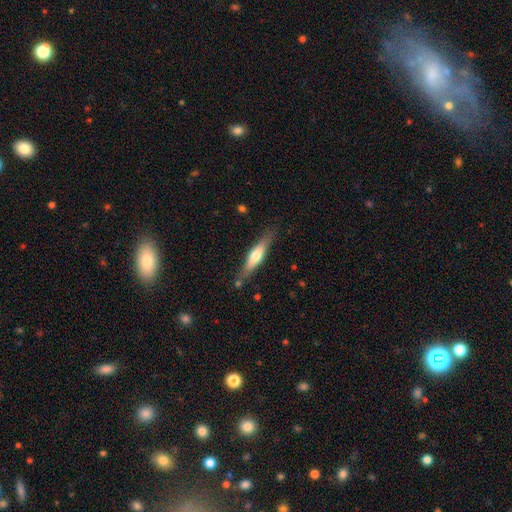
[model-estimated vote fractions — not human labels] A smooth galaxy with no disk features (51%) that is cigar-shaped (78%).

Vote fractions:
- Smooth or featured? smooth: 51% / featured or disk: 44% / star or artifact: 5%
- How rounded? cigar-shaped: 78% / in between: 21% / round: 2%
- Merging? none: 80% / minor disturbance: 14% / merger: 3% / major disturbance: 3%